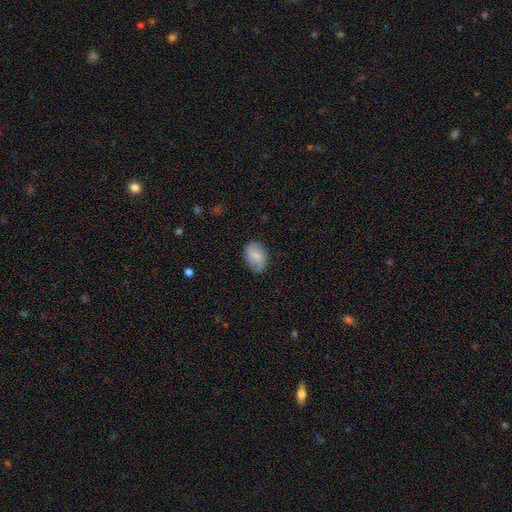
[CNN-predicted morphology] Q: Smooth or featured?
A: smooth (71%); runner-up: featured or disk (22%)
Q: How rounded?
A: in between (80%); runner-up: round (19%)
Q: Merging?
A: none (77%); runner-up: minor disturbance (18%)